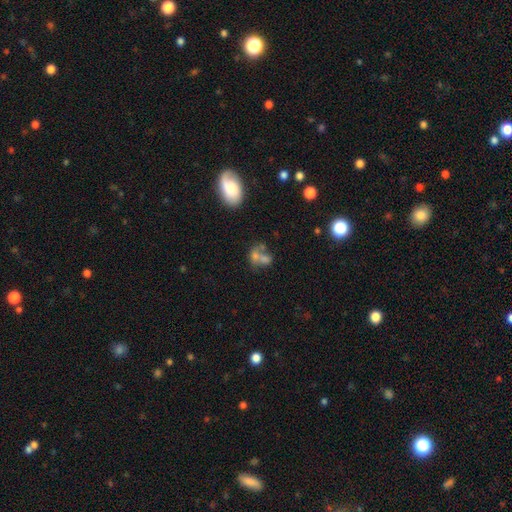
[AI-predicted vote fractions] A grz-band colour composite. It shows a smooth galaxy with no disk features (47%). Merging: none (71%).